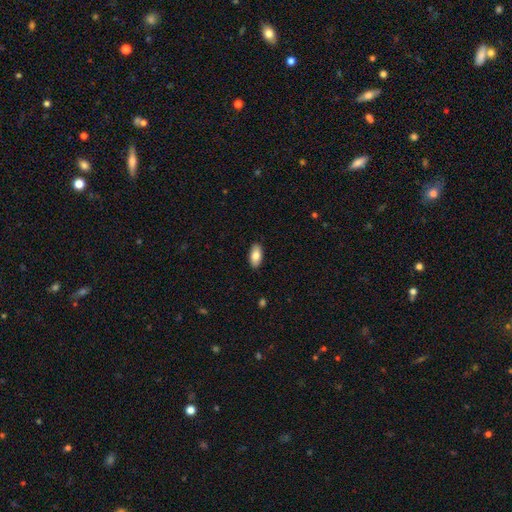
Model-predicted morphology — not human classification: Overall: smooth (83%). How rounded: in between (92%). Merging: none (89%).